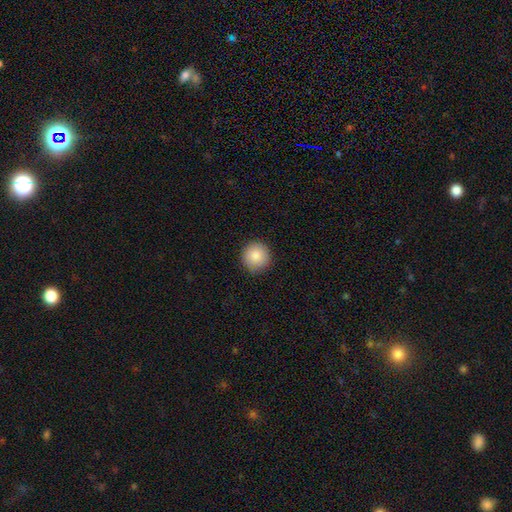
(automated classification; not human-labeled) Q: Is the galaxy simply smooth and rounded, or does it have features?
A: smooth — 86%.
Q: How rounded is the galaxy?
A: round — 95%.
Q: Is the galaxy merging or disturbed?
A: none — 90%.